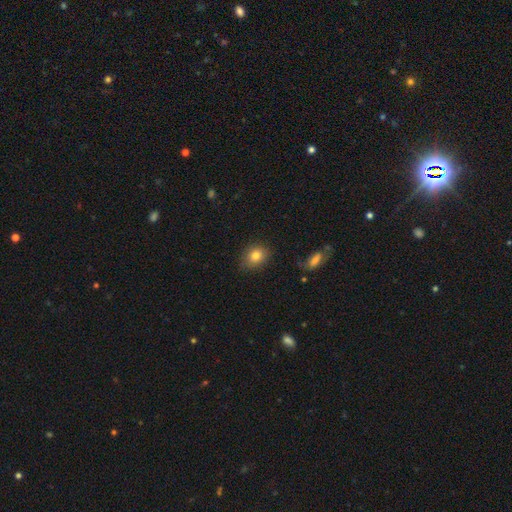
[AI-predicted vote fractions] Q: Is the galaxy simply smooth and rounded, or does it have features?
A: smooth — 81%.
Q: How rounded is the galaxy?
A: round — 53%.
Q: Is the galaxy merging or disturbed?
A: none — 82%.